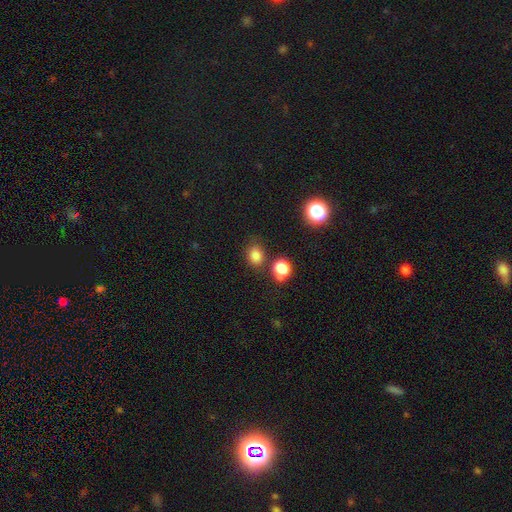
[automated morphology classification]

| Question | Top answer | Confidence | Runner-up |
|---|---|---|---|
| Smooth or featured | smooth | 80% | star or artifact (15%) |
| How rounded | round | 53% | in between (46%) |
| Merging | none | 70% | minor disturbance (14%) |